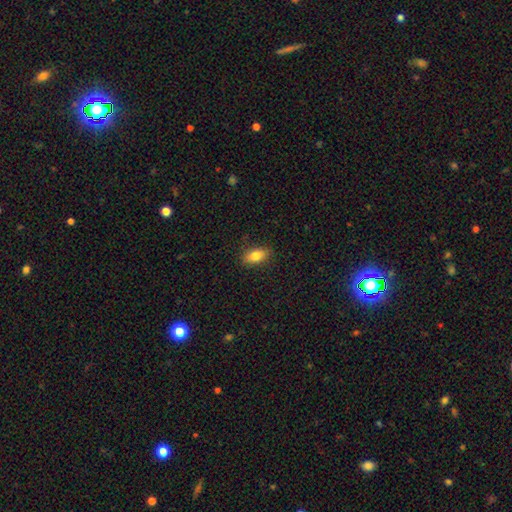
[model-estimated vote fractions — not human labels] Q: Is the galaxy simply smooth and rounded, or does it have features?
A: smooth — 81%.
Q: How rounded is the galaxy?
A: in between — 86%.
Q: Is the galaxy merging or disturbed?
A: none — 86%.